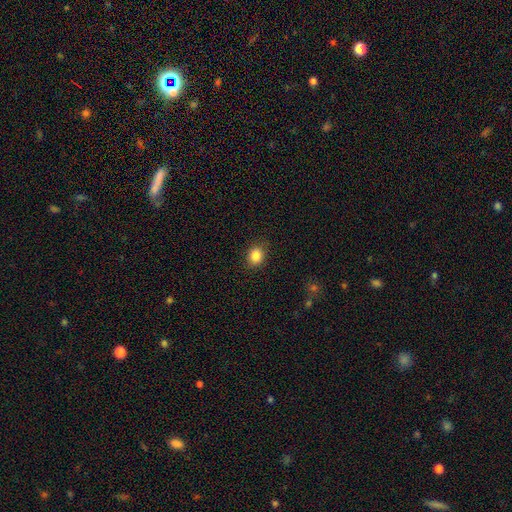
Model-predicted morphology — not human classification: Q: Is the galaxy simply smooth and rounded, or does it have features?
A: smooth — 86%.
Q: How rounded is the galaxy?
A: round — 64%.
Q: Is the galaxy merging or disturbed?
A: none — 87%.